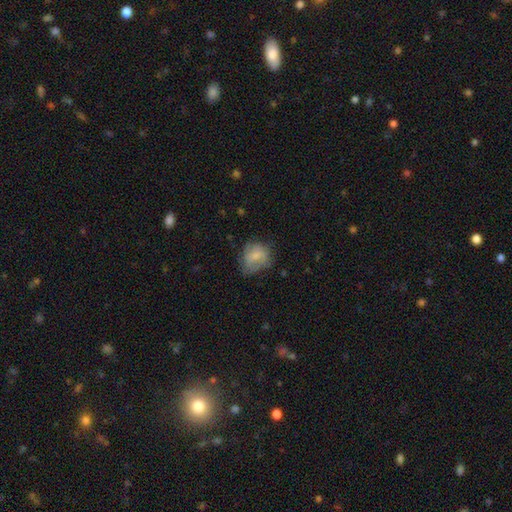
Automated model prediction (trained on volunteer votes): This is likely a smooth galaxy (62%). How rounded: possibly round (58%). Merging: possibly none (48%).